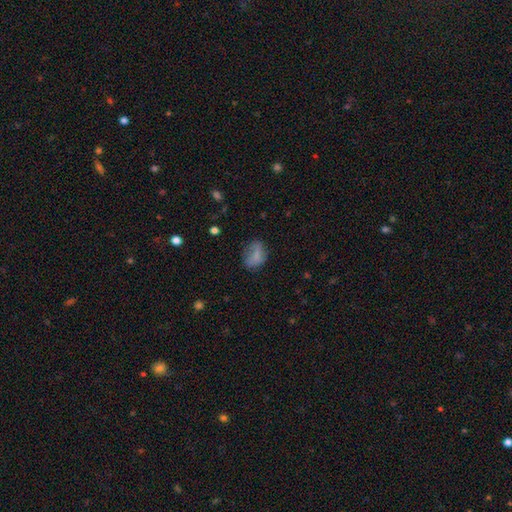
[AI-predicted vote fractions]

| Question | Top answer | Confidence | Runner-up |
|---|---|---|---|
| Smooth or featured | smooth | 71% | featured or disk (19%) |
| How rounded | in between | 74% | round (23%) |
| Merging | none | 56% | minor disturbance (27%) |